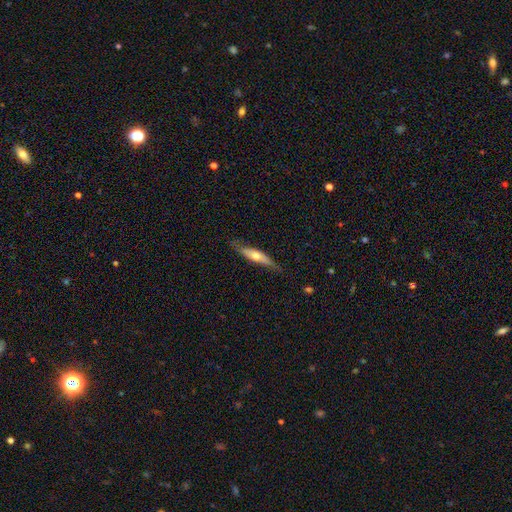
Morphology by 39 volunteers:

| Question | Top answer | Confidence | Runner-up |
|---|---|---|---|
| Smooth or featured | featured or disk | 56% | smooth (44%) |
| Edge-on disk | yes | 82% | no (18%) |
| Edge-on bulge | rounded | 72% | none (17%) |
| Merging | none | 79% | minor disturbance (13%) |